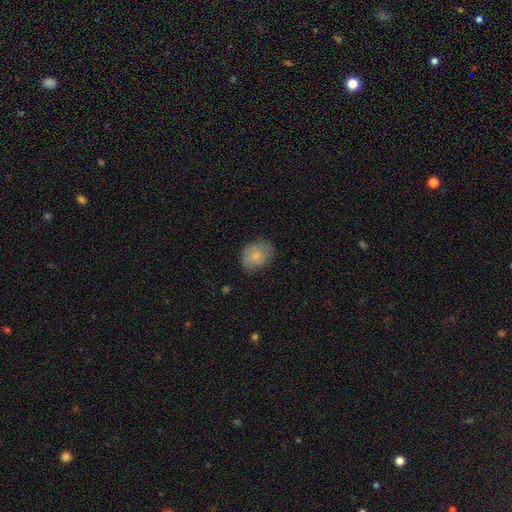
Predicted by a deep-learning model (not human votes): This is likely a smooth galaxy (68%). How rounded: possibly round (52%). Merging: likely none (67%).